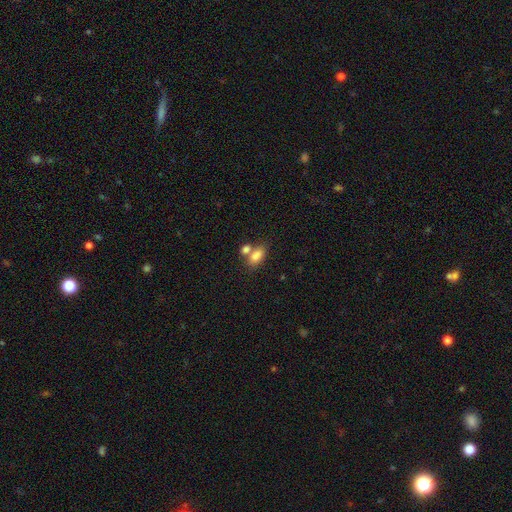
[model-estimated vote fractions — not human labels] smooth_or_featured: smooth (p=0.82) [alt: featured or disk p=0.09]
how_rounded: in between (p=0.85) [alt: round p=0.10]
merging: none (p=0.43) [alt: merger p=0.42]